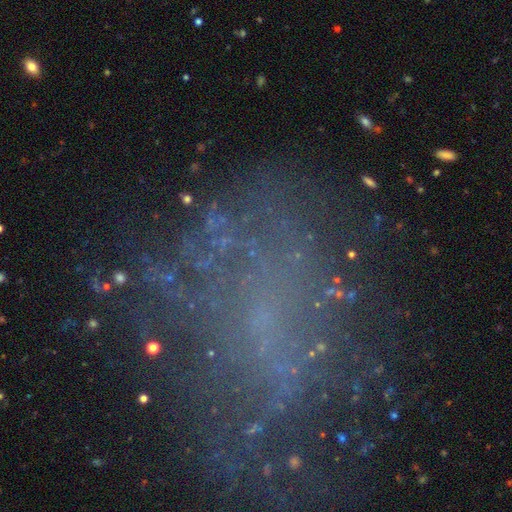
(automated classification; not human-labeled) The model was most divided on "smooth or featured": featured or disk: 42%, star or artifact: 35%, smooth: 23%. More confident: merging — none (57%).